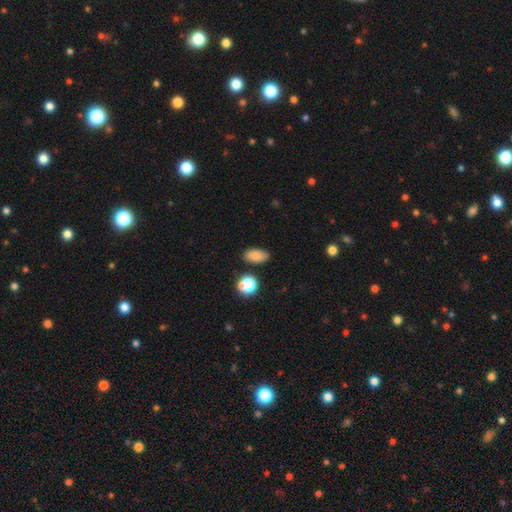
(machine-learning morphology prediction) This is clearly a smooth galaxy (82%). How rounded: clearly in between (88%). Merging: clearly none (82%).